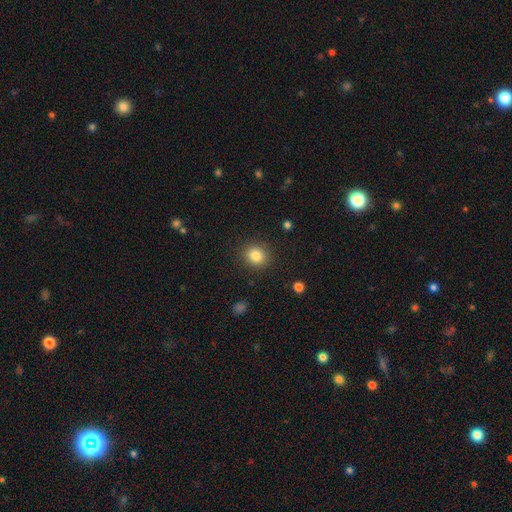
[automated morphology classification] The model was most divided on "how rounded": round: 81%, in between: 18%, cigar-shaped: 1%. More confident: merging — none (89%); smooth or featured — smooth (83%).